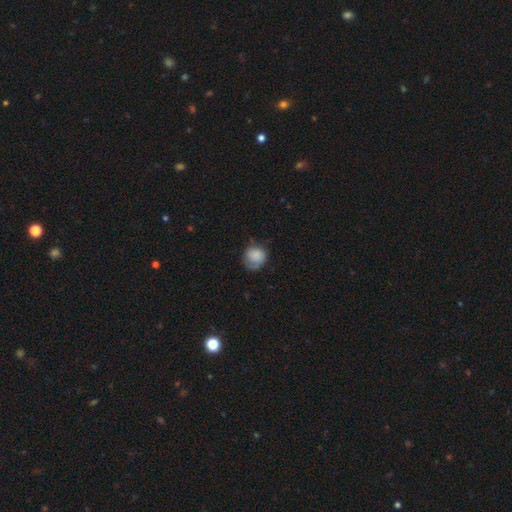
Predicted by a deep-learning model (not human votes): Overall: smooth (79%). How rounded: round (80%). Merging: none (52%; minor disturbance 31%).